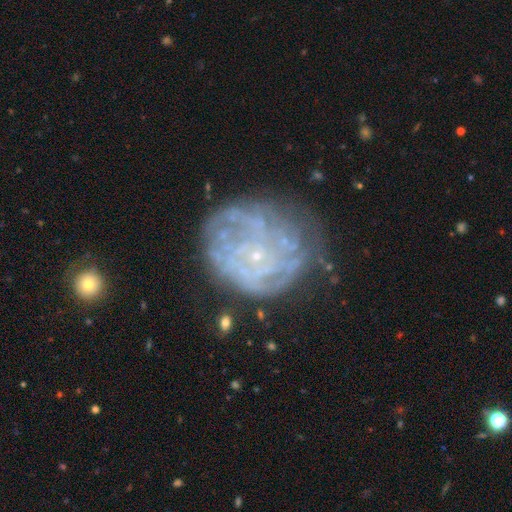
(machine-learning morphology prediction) Smooth or featured?
  - featured or disk: 76% *
  - smooth: 14%
  - star or artifact: 10%
Edge-on disk?
  - no: 98% *
  - yes: 2%
Bar?
  - no: 84% *
  - weak: 13%
  - strong: 4%
Spiral arms?
  - yes: 67% *
  - no: 33%
Bulge size?
  - small: 85% *
  - none: 7%
  - moderate: 6%
  - large: 1%
  - dominant: 1%
Merging?
  - none: 54% *
  - minor disturbance: 24%
  - major disturbance: 18%
  - merger: 4%